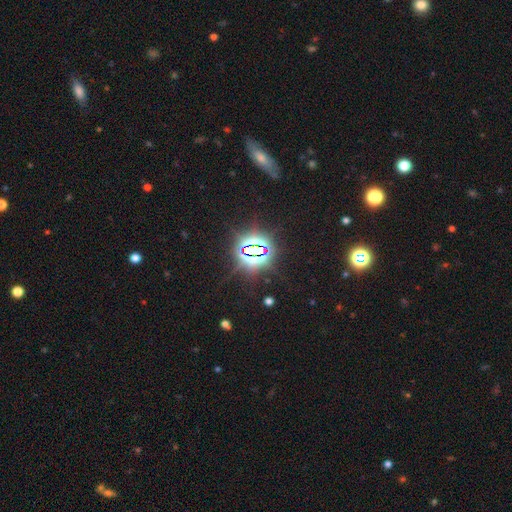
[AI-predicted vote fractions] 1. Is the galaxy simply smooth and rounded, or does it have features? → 79% star or artifact, 12% smooth, 9% featured or disk.